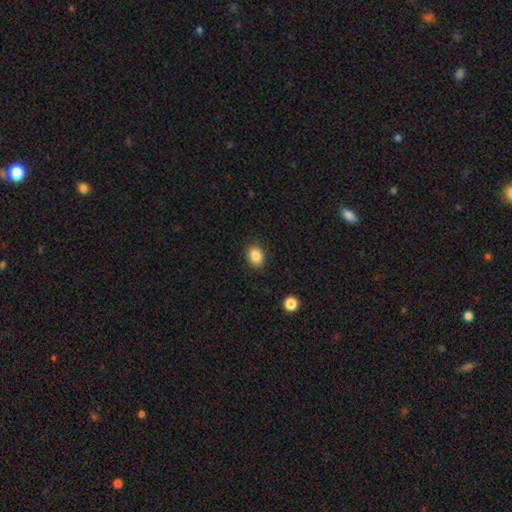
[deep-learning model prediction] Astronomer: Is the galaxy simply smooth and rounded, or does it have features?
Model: smooth — 86%.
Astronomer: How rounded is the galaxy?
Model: in between — 69%.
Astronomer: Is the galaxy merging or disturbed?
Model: none — 87%.